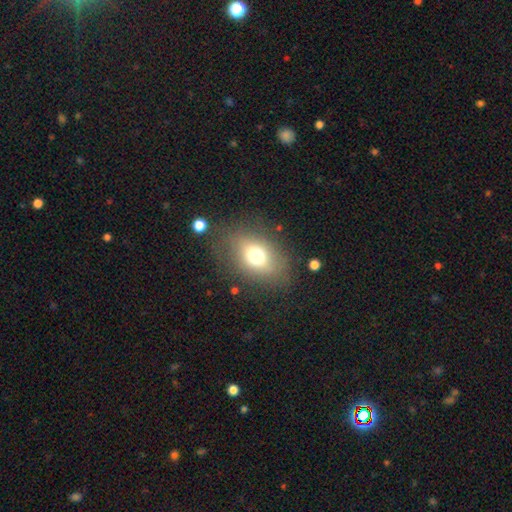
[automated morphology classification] Overall: smooth (68%). How rounded: in between (70%). Merging: none (76%).